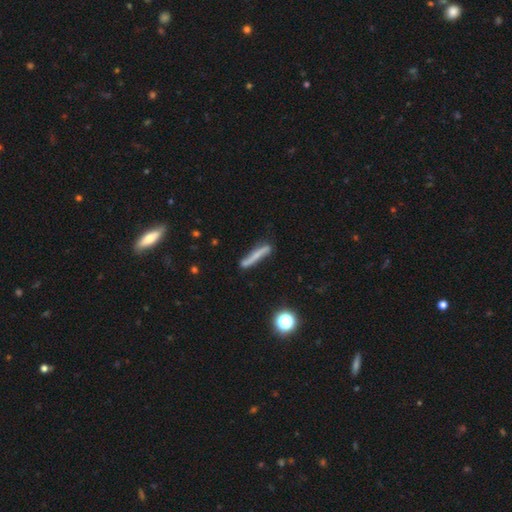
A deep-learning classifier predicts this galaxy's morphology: This is possibly a smooth galaxy (49%). Merging: likely none (66%).